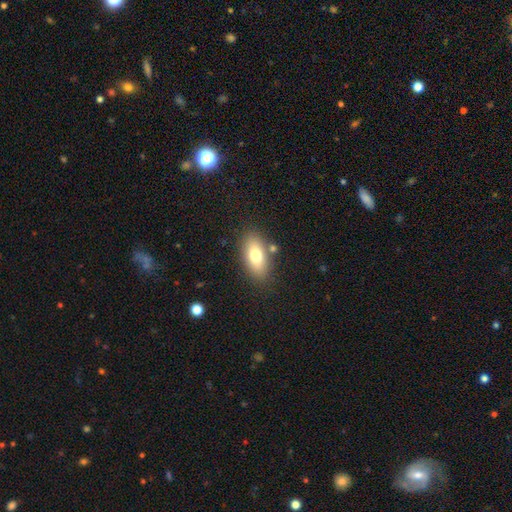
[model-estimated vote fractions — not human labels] smooth 74%, featured or disk 18%, star or artifact 8%. Down the decision tree: how rounded — in between (87%); merging — none (80%).